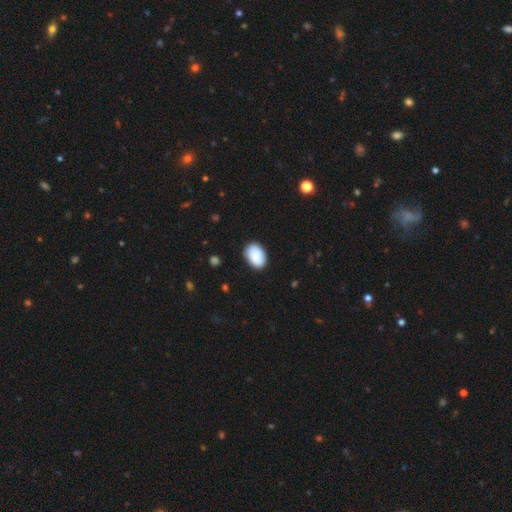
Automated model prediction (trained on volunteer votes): Smooth or featured? smooth (89%)
How rounded? in between (84%)
Merging? none (84%)